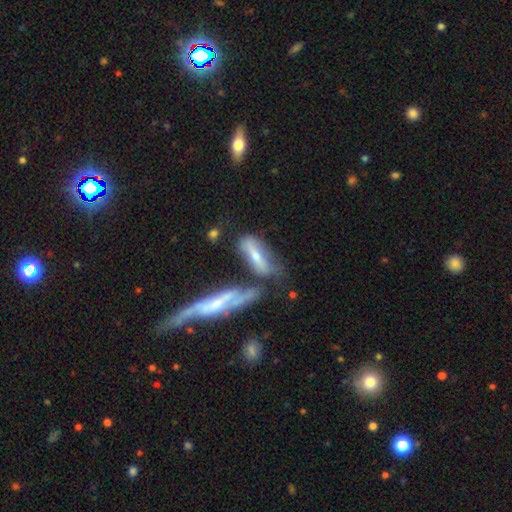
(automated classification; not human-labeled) smooth-or-featured: featured or disk: 47% | smooth: 46% | star or artifact: 8%
  merging: merger: 38% | none: 31% | minor disturbance: 18% | major disturbance: 13%